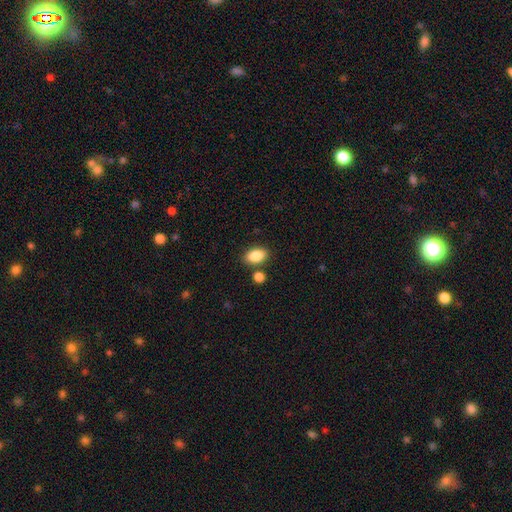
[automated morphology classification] Q: Smooth or featured?
A: smooth (87%); runner-up: star or artifact (8%)
Q: How rounded?
A: in between (90%); runner-up: round (8%)
Q: Merging?
A: none (80%); runner-up: minor disturbance (10%)